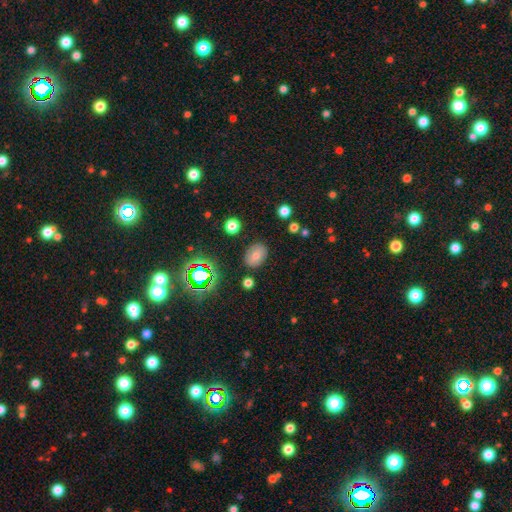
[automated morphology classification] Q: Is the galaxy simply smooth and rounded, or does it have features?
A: smooth — 69%.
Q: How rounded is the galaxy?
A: in between — 71%.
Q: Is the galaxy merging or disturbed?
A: none — 83%.